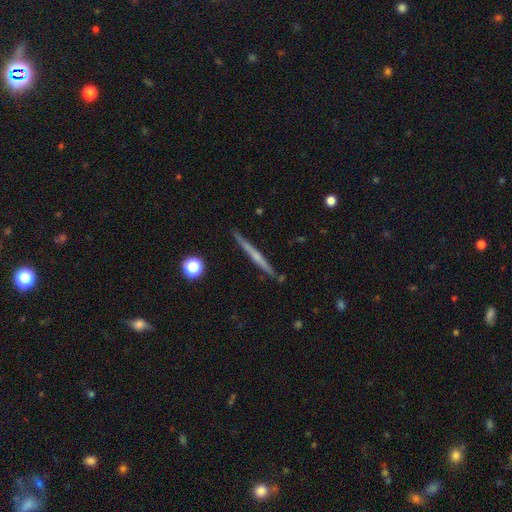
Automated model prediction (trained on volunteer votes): Q: Smooth or featured?
A: featured or disk (63%); runner-up: smooth (31%)
Q: Edge-on disk?
A: yes (98%); runner-up: no (2%)
Q: Edge-on bulge?
A: none (53%); runner-up: rounded (40%)
Q: Merging?
A: none (89%); runner-up: minor disturbance (8%)